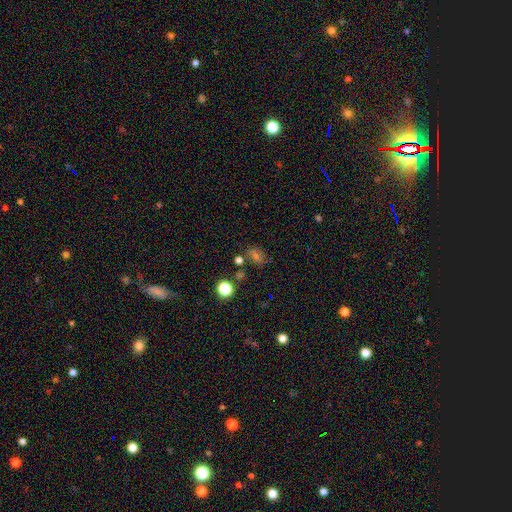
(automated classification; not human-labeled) A smooth galaxy with no disk features (49%).

Vote fractions:
- Smooth or featured? smooth: 49% / star or artifact: 36% / featured or disk: 15%
- Merging? none: 69% / minor disturbance: 16% / merger: 8% / major disturbance: 7%